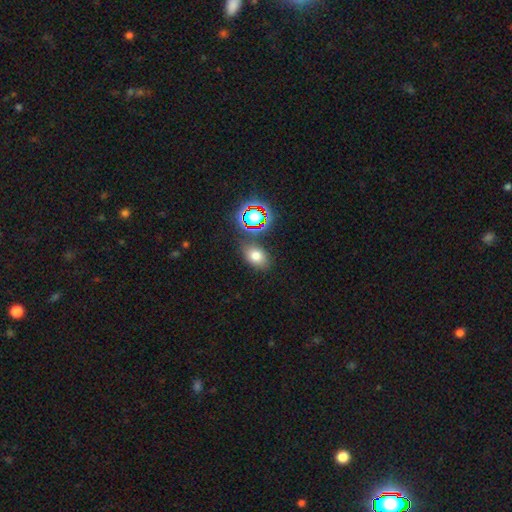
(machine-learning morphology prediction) A smooth galaxy with no disk features (69%) that is in between round and cigar-shaped (74%). Merging: none (76%).